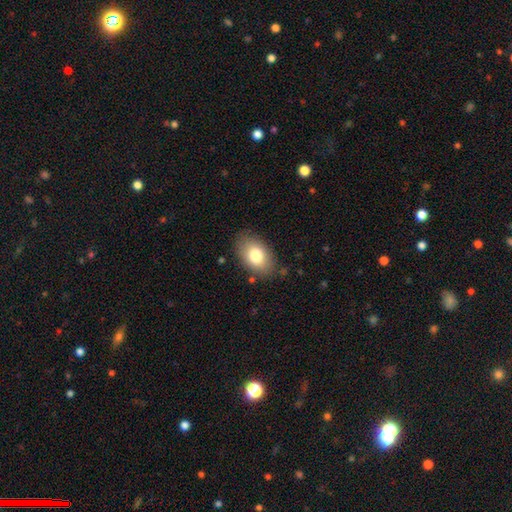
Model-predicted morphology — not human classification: The model was most divided on "smooth or featured": smooth: 80%, featured or disk: 13%, star or artifact: 7%. More confident: how rounded — in between (89%); merging — none (82%).